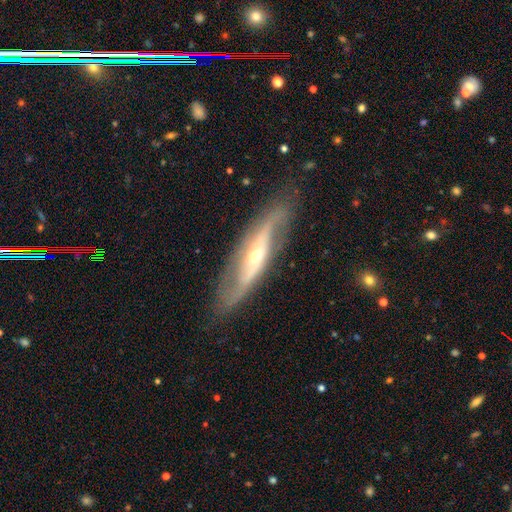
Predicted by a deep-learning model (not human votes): Smooth or featured?
  - featured or disk: 81% *
  - smooth: 13%
  - star or artifact: 6%
Edge-on disk?
  - no: 73% *
  - yes: 27%
Bar?
  - no: 45% *
  - weak: 28%
  - strong: 27%
Spiral arms?
  - yes: 87% *
  - no: 13%
Spiral winding?
  - loose: 45% *
  - medium: 36%
  - tight: 19%
Spiral arm count?
  - 2: 86% *
  - can't tell: 9%
  - 1: 2%
  - 3: 1%
  - 4: 1%
  - more than 4: 1%
Bulge size?
  - small: 60% *
  - moderate: 36%
  - large: 2%
  - dominant: 1%
  - none: 1%
Merging?
  - none: 80% *
  - minor disturbance: 14%
  - major disturbance: 5%
  - merger: 1%